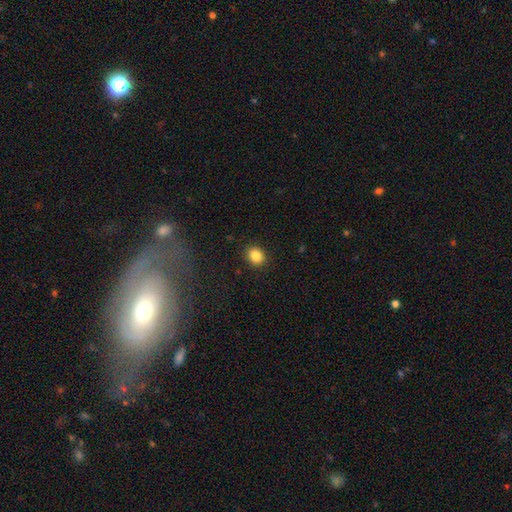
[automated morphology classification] A smooth galaxy with no disk features (85%) that is round (59%).

Vote fractions:
- Smooth or featured? smooth: 85% / star or artifact: 10% / featured or disk: 5%
- How rounded? round: 59% / in between: 40% / cigar-shaped: 1%
- Merging? none: 89% / minor disturbance: 7% / major disturbance: 2% / merger: 1%